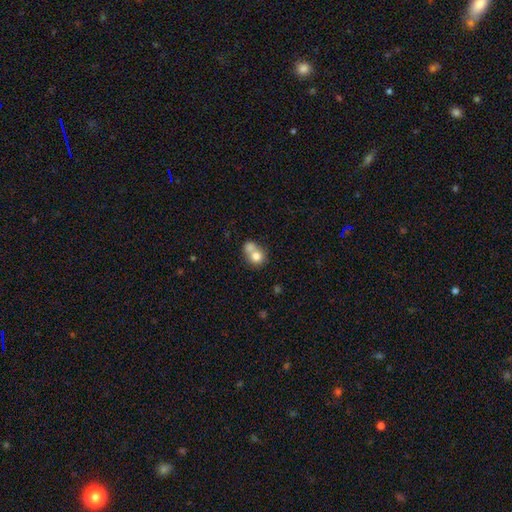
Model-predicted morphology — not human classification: Smooth or featured?
  - smooth: 74% *
  - featured or disk: 16%
  - star or artifact: 9%
How rounded?
  - round: 75% *
  - in between: 24%
  - cigar-shaped: 1%
Merging?
  - merger: 59% *
  - none: 30%
  - minor disturbance: 8%
  - major disturbance: 3%